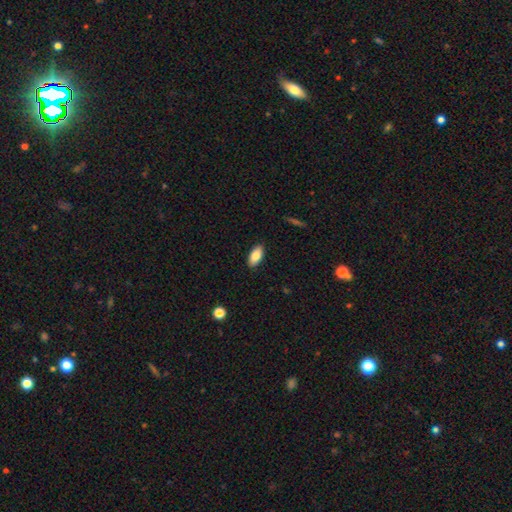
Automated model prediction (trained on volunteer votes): The model was most divided on "smooth or featured": smooth: 83%, featured or disk: 10%, star or artifact: 7%. More confident: how rounded — in between (91%); merging — none (89%).